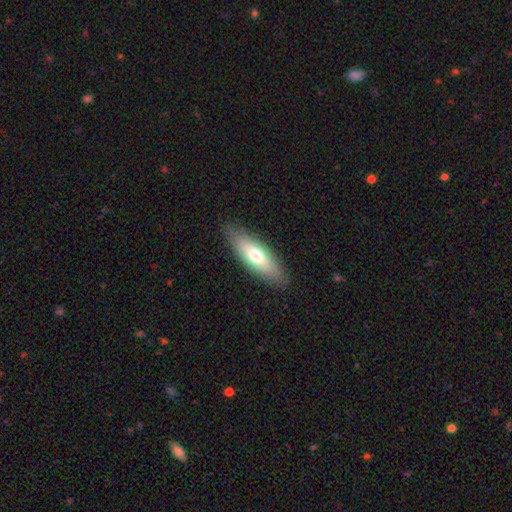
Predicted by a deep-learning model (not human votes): The model was most divided on "how rounded": in between: 59%, cigar-shaped: 39%, round: 2%. More confident: merging — none (86%); smooth or featured — smooth (68%).